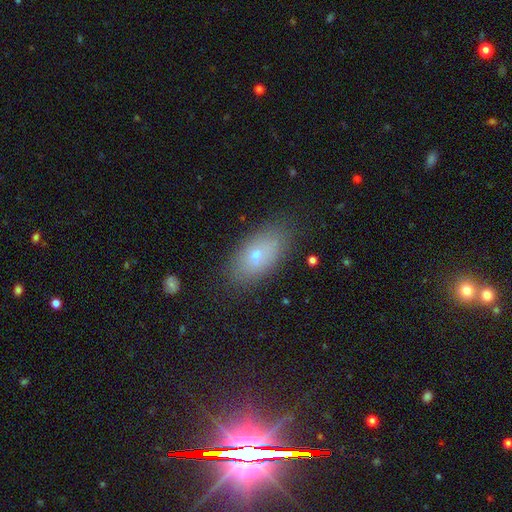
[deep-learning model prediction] smooth-or-featured: smooth: 66% | featured or disk: 23% | star or artifact: 10%
  how-rounded: in between: 89% | round: 6% | cigar-shaped: 5%
  merging: none: 80% | minor disturbance: 14% | major disturbance: 4% | merger: 2%